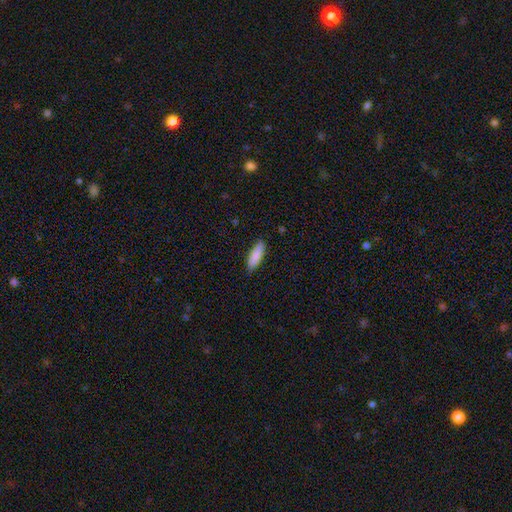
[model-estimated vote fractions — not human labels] A smooth galaxy with no disk features (87%) that is cigar-shaped (51%). Merging: none (85%).